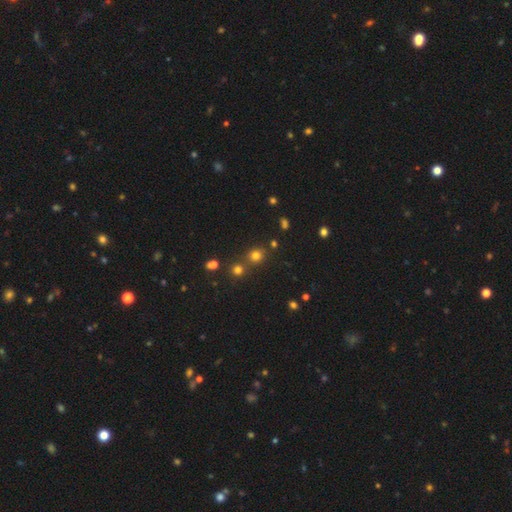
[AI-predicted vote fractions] The model was most divided on "smooth or featured": smooth: 71%, star or artifact: 22%, featured or disk: 7%. More confident: how rounded — round (83%); merging — none (70%).